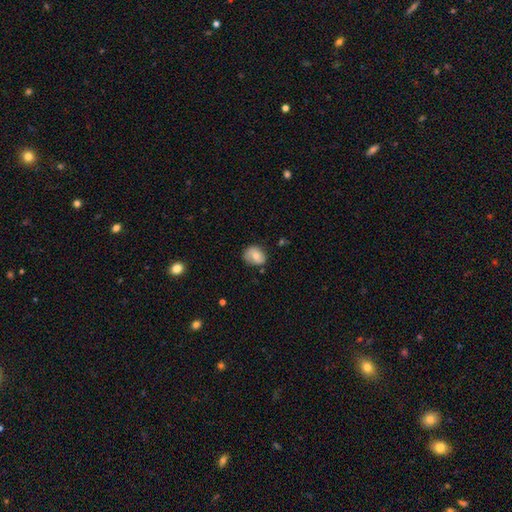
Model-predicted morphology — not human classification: smooth_or_featured: smooth (p=0.62) [alt: featured or disk p=0.30]
how_rounded: round (p=0.55) [alt: in between p=0.44]
merging: none (p=0.67) [alt: minor disturbance p=0.25]